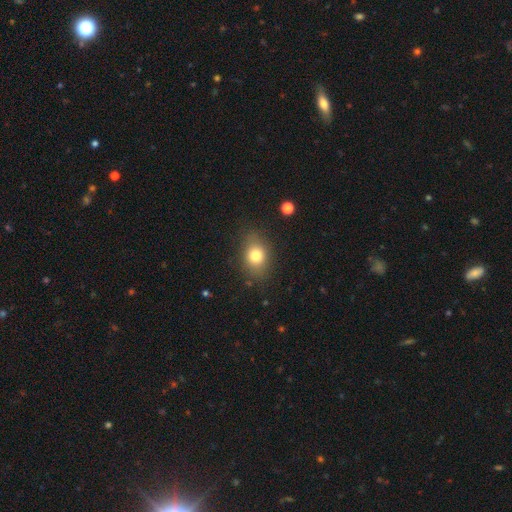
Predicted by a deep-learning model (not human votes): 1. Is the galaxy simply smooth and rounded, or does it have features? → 78% smooth, 11% featured or disk, 11% star or artifact.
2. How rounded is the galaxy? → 63% in between, 36% round, 1% cigar-shaped.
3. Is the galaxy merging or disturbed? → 81% none, 13% minor disturbance, 4% major disturbance, 1% merger.